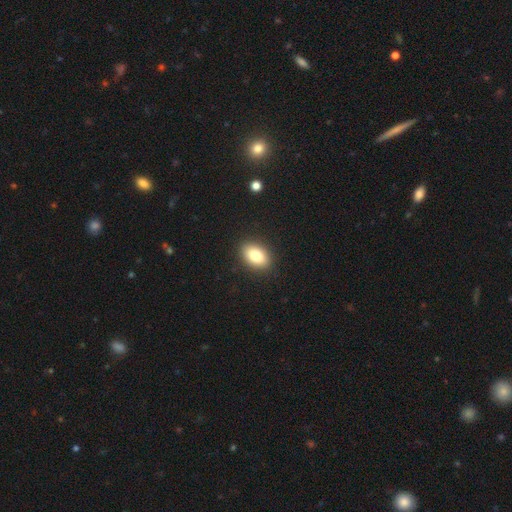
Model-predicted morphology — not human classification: smooth 84%, featured or disk 9%, star or artifact 8%. Down the decision tree: how rounded — in between (87%); merging — none (89%).